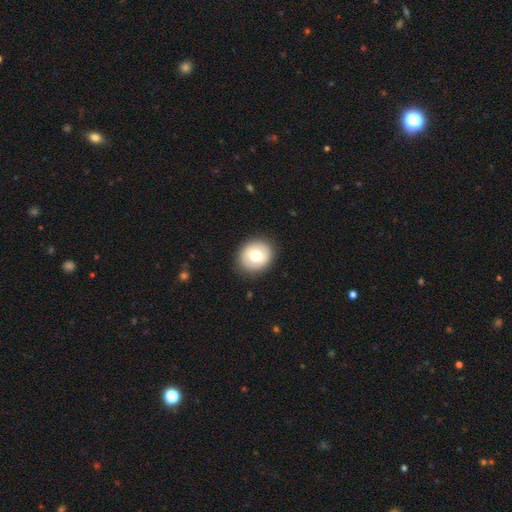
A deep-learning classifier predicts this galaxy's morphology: Smooth or featured? smooth (71%)
How rounded? round (77%)
Merging? none (89%)